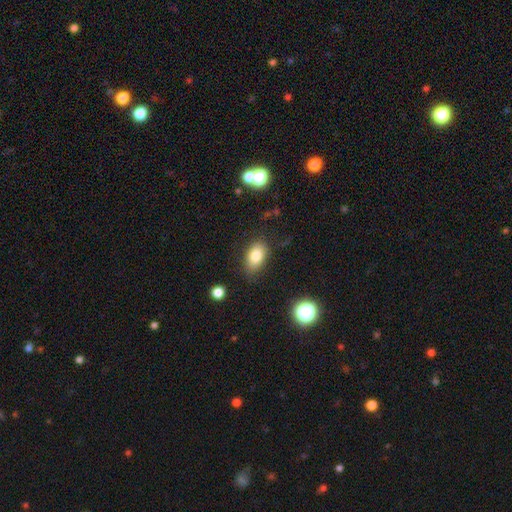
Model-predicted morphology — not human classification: Smooth or featured?
  - smooth: 82% *
  - star or artifact: 9%
  - featured or disk: 9%
How rounded?
  - in between: 88% *
  - round: 11%
  - cigar-shaped: 2%
Merging?
  - none: 79% *
  - minor disturbance: 15%
  - major disturbance: 4%
  - merger: 2%